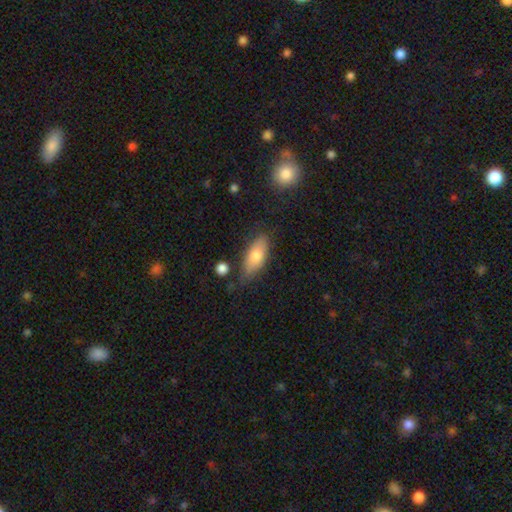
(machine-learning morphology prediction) The model was most divided on "smooth or featured": smooth: 74%, featured or disk: 20%, star or artifact: 7%. More confident: how rounded — in between (78%); merging — none (73%).